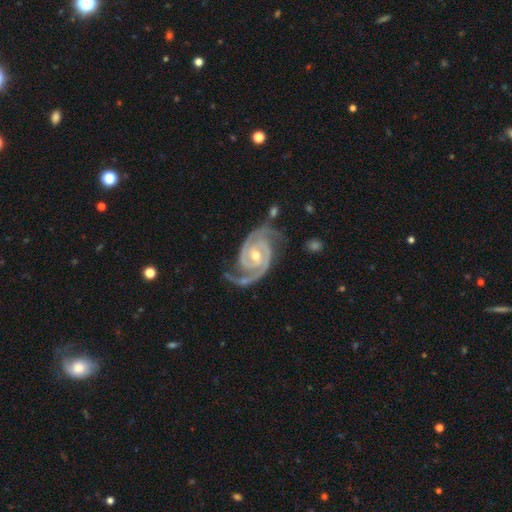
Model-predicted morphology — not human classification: This is clearly a featured or disk galaxy (94%). It is clearly not viewed edge-on (98%). Bar: possibly no (53%). Spiral arm pattern: clearly yes (99%). Spiral arm count: clearly 2 (85%). Spiral winding: possibly tight (59%). Central bulge: possibly moderate (59%). Merging: likely none (72%).